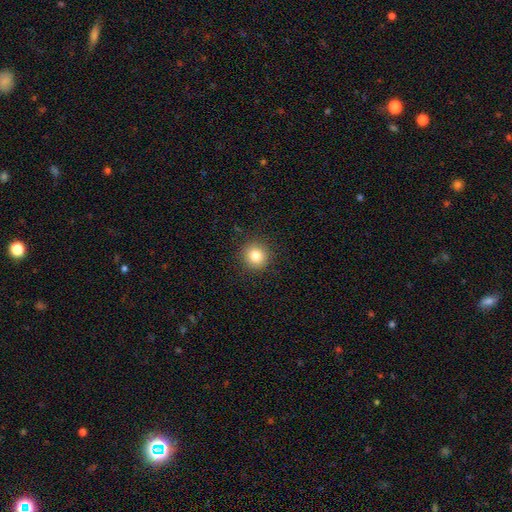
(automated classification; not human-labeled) A smooth galaxy with no disk features (82%) that is round (92%). Merging: none (91%).